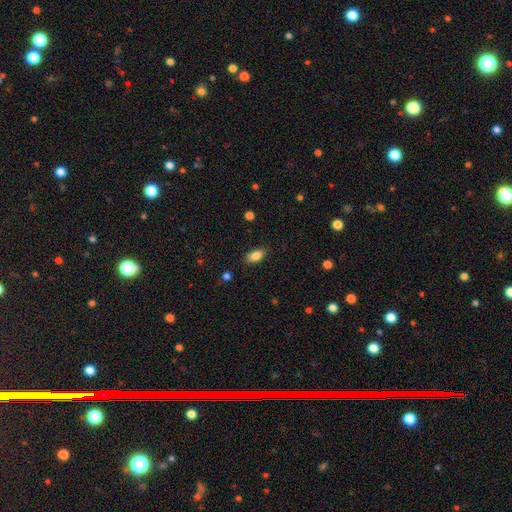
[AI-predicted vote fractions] A smooth galaxy with no disk features (84%) that is in between round and cigar-shaped (89%).

Vote fractions:
- Smooth or featured? smooth: 84% / star or artifact: 8% / featured or disk: 8%
- How rounded? in between: 89% / round: 6% / cigar-shaped: 5%
- Merging? none: 83% / minor disturbance: 13% / major disturbance: 3% / merger: 1%